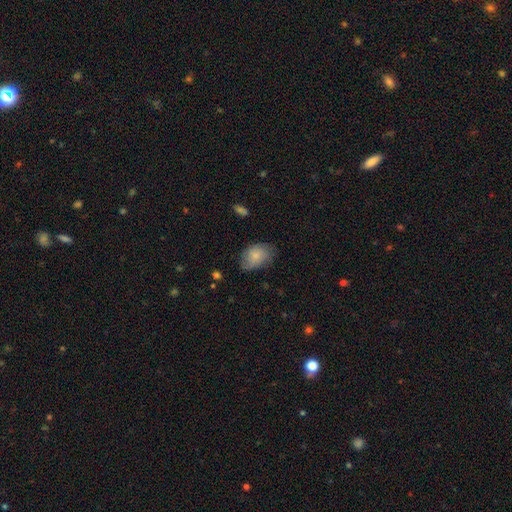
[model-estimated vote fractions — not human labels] Overall: smooth (80%). How rounded: in between (80%). Merging: none (66%; minor disturbance 26%).